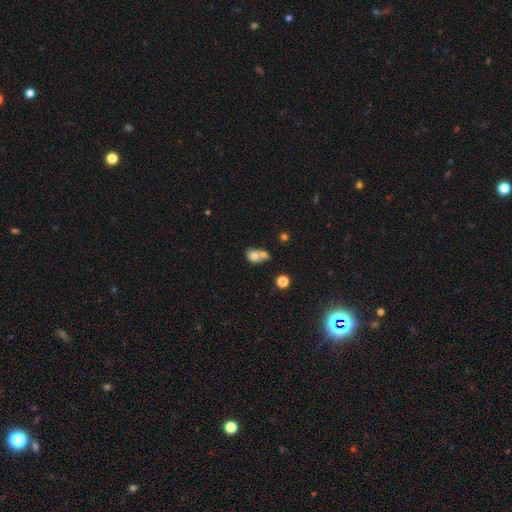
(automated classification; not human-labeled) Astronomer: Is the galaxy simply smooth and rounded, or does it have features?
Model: smooth — 70%.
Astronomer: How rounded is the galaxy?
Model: round — 53% (runner-up: in between, 46%).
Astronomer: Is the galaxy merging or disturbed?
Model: merger — 58%.